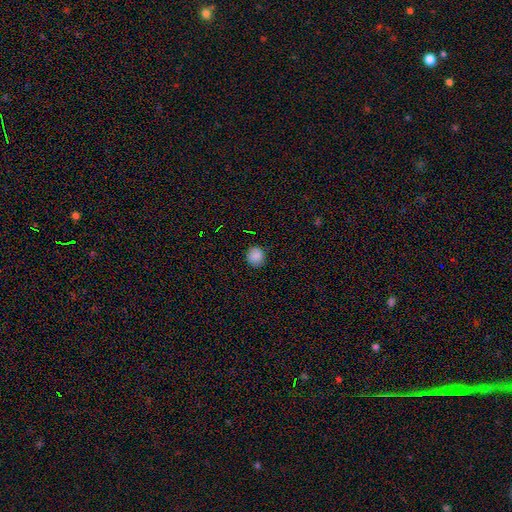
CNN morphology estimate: Smooth or featured? Predicted: smooth (p=0.86). How rounded? Predicted: round (p=0.88). Merging? Predicted: none (p=0.86).